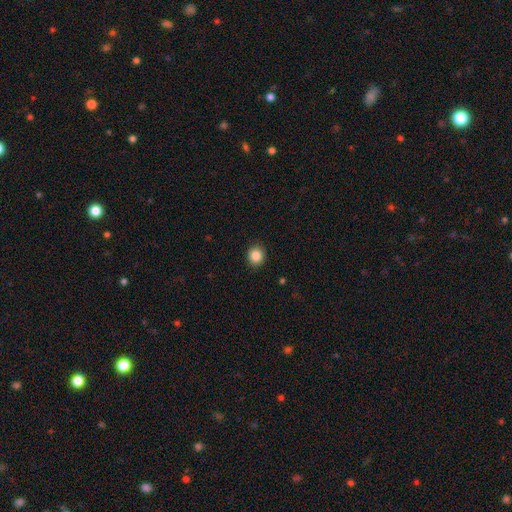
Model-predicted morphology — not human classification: Overall: smooth (86%). How rounded: round (75%). Merging: none (90%).